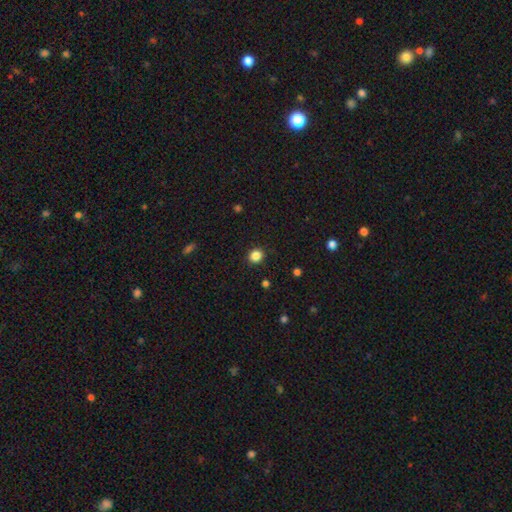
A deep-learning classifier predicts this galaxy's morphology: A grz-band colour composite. It shows a smooth galaxy with no disk features (85%) that is round (86%). Merging: none (91%).